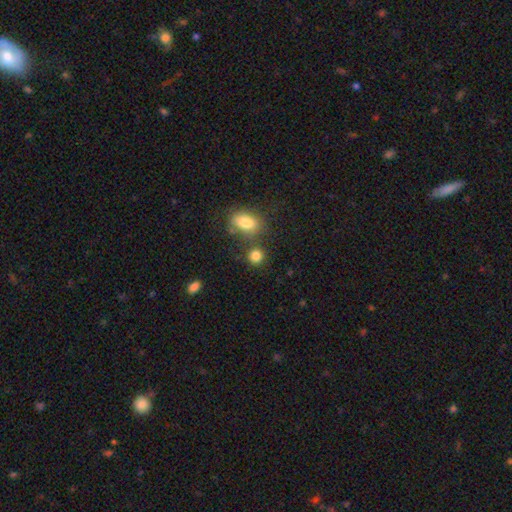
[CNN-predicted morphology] Smooth or featured? Predicted: smooth (p=0.84). How rounded? Predicted: round (p=0.80). Merging? Predicted: none (p=0.72).